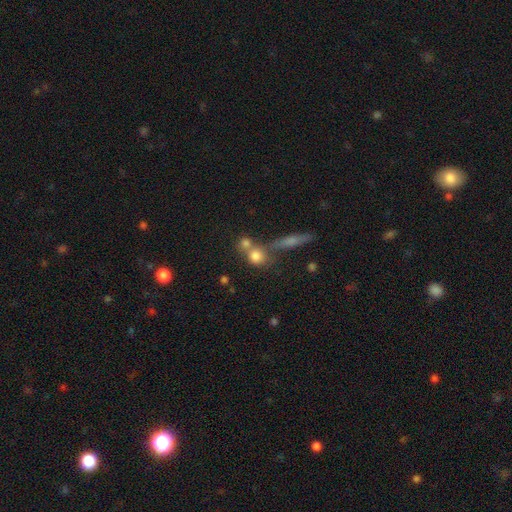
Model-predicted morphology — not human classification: Q: Smooth or featured?
A: smooth (77%); runner-up: featured or disk (12%)
Q: How rounded?
A: round (75%); runner-up: in between (19%)
Q: Merging?
A: none (45%); runner-up: merger (41%)